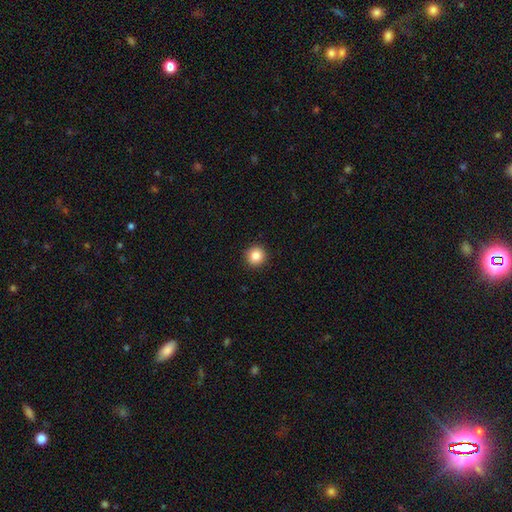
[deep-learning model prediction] smooth-or-featured: smooth: 85% | star or artifact: 10% | featured or disk: 5%
  how-rounded: round: 95% | in between: 4% | cigar-shaped: 1%
  merging: none: 93% | minor disturbance: 5% | major disturbance: 2% | merger: 1%